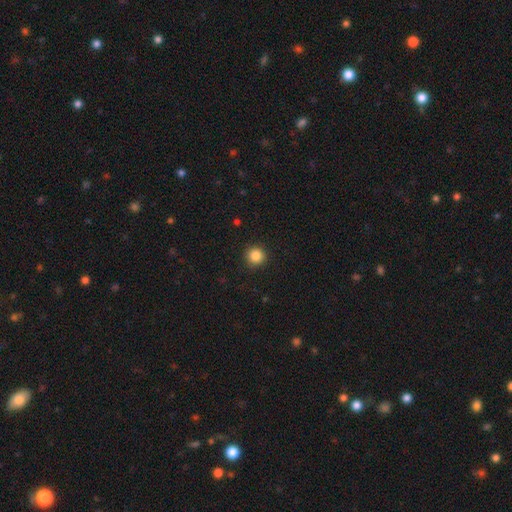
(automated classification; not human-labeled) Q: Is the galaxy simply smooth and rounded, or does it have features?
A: smooth — 86%.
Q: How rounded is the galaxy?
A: round — 95%.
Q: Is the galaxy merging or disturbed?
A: none — 92%.